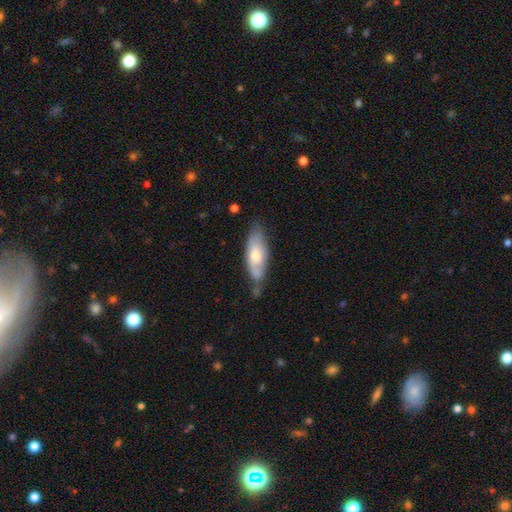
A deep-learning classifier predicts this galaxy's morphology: Smooth or featured? Predicted: smooth (p=0.57). How rounded? Predicted: in between (p=0.70). Merging? Predicted: none (p=0.57).